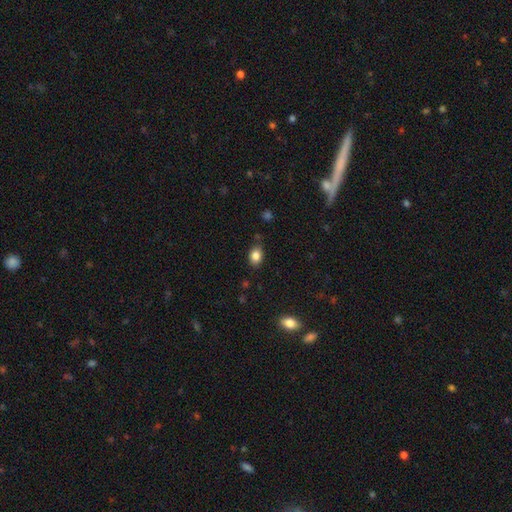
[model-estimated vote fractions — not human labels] Smooth or featured?
  - smooth: 84% *
  - star or artifact: 9%
  - featured or disk: 6%
How rounded?
  - in between: 75% *
  - round: 24%
  - cigar-shaped: 1%
Merging?
  - none: 77% *
  - minor disturbance: 17%
  - major disturbance: 3%
  - merger: 2%